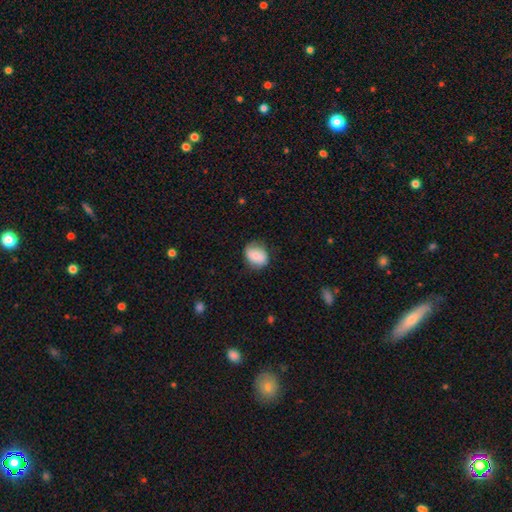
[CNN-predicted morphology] Smooth or featured: smooth — 76% (featured or disk — 17%)
How rounded: in between — 54% (round — 45%)
Merging: none — 73% (minor disturbance — 21%)